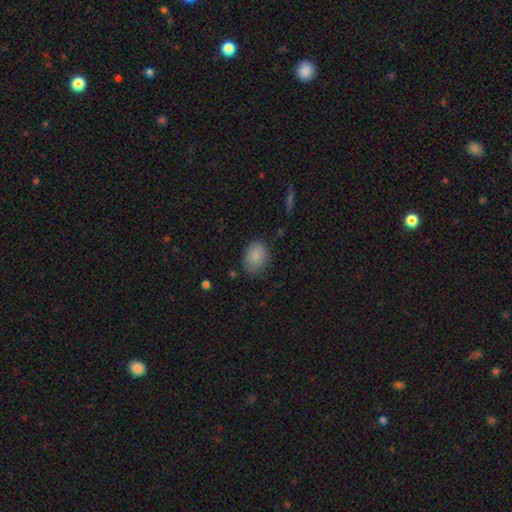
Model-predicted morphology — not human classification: A smooth galaxy with no disk features (87%) that is in between round and cigar-shaped (69%). Merging: none (78%).